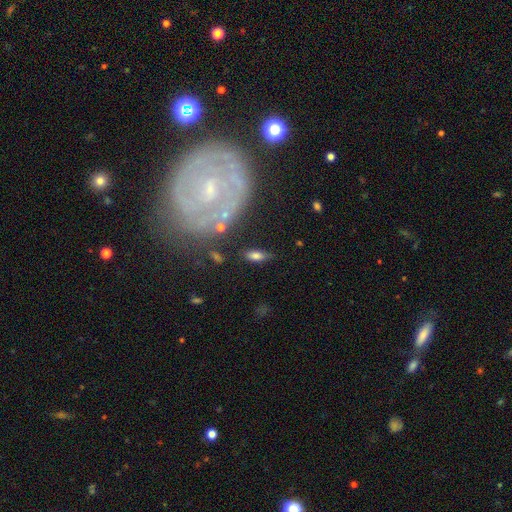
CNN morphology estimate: This appears to be a smooth galaxy with no disk features (69%) that is in between round and cigar-shaped (75%). Merging: none (71%).